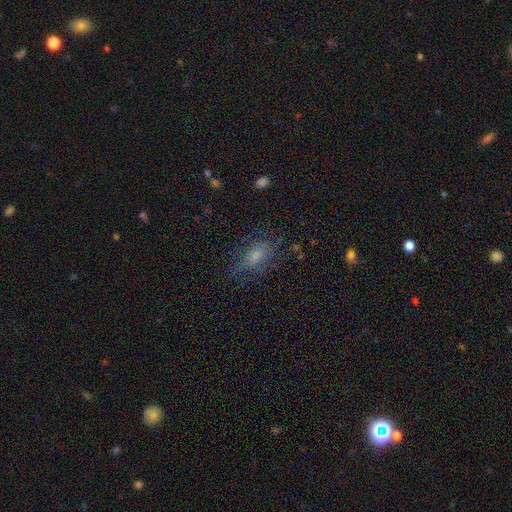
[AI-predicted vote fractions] smooth_or_featured: smooth (p=0.56) [alt: featured or disk p=0.31]
how_rounded: in between (p=0.82) [alt: round p=0.09]
merging: none (p=0.60) [alt: minor disturbance p=0.23]